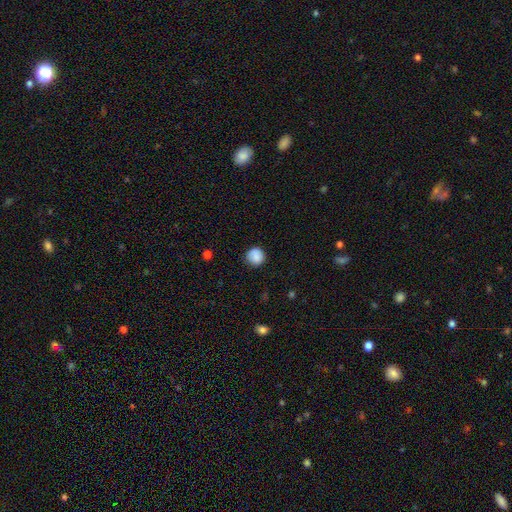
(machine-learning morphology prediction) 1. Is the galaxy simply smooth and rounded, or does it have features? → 86% smooth, 9% star or artifact, 5% featured or disk.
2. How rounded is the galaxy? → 93% round, 6% in between, 1% cigar-shaped.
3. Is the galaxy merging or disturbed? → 85% none, 11% minor disturbance, 3% major disturbance, 1% merger.